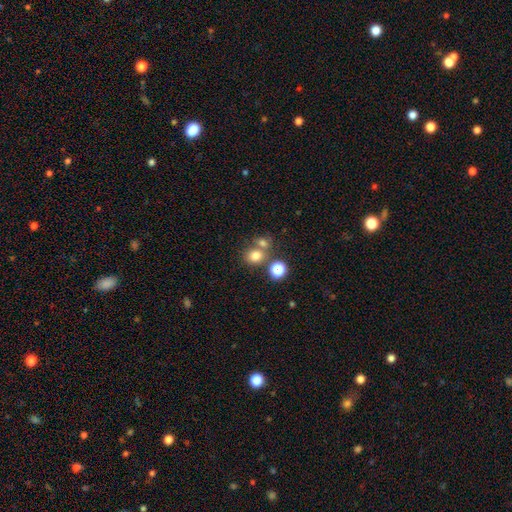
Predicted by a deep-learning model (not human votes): Smooth or featured? smooth (76%)
How rounded? round (68%)
Merging? none (55%)